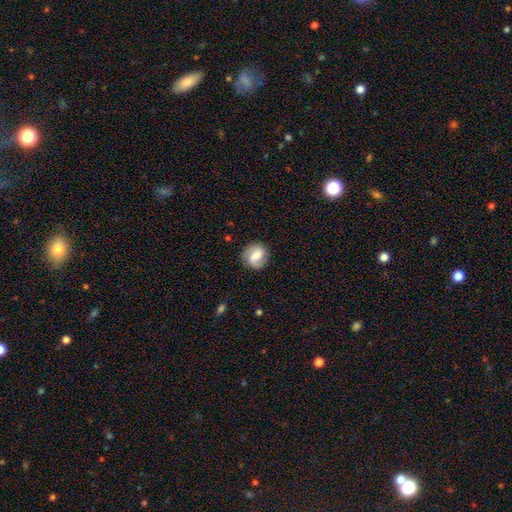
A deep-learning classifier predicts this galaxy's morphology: Smooth or featured? smooth (52%)
How rounded? round (74%)
Merging? none (78%)